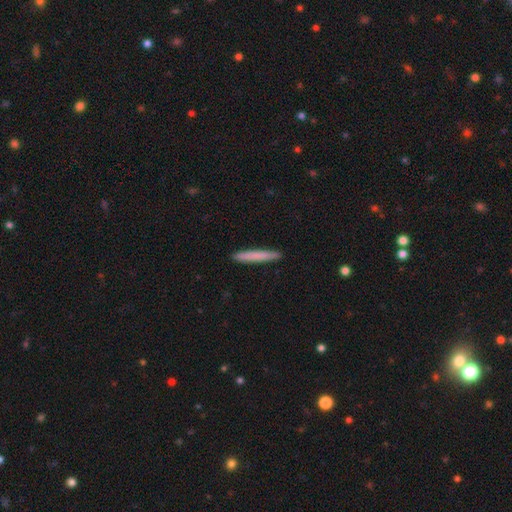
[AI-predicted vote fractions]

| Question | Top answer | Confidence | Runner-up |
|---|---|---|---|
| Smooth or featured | smooth | 77% | featured or disk (17%) |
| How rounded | cigar-shaped | 96% | in between (3%) |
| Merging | none | 92% | minor disturbance (6%) |